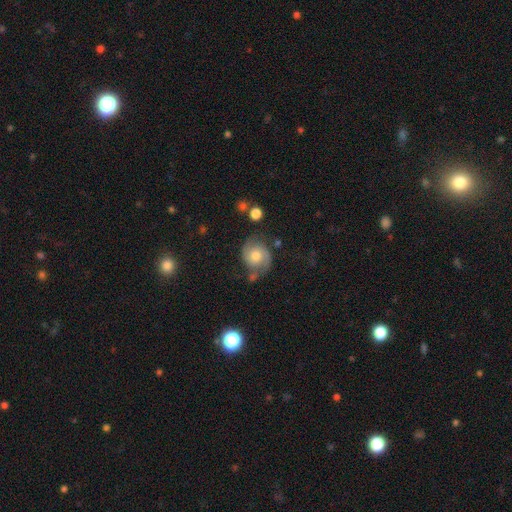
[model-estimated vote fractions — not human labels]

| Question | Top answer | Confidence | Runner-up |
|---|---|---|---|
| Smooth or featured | featured or disk | 70% | smooth (22%) |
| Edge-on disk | no | 98% | yes (2%) |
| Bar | no | 71% | weak (25%) |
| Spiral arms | yes | 92% | no (8%) |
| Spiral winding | medium | 50% | tight (30%) |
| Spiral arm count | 2 | 90% | can't tell (5%) |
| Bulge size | moderate | 69% | small (18%) |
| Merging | none | 64% | minor disturbance (21%) |